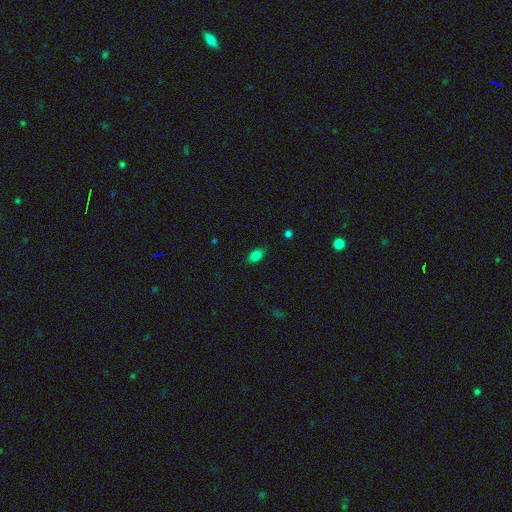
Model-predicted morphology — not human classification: Smooth or featured? smooth (83%)
How rounded? in between (86%)
Merging? none (84%)